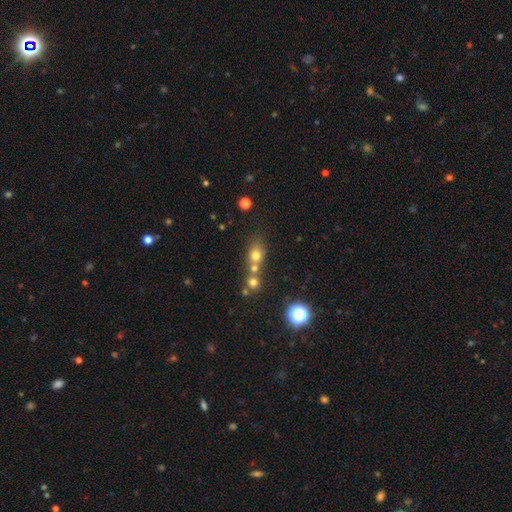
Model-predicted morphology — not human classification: Smooth or featured? Predicted: smooth (p=0.68). How rounded? Predicted: round (p=0.60). Merging? Predicted: merger (p=0.44).